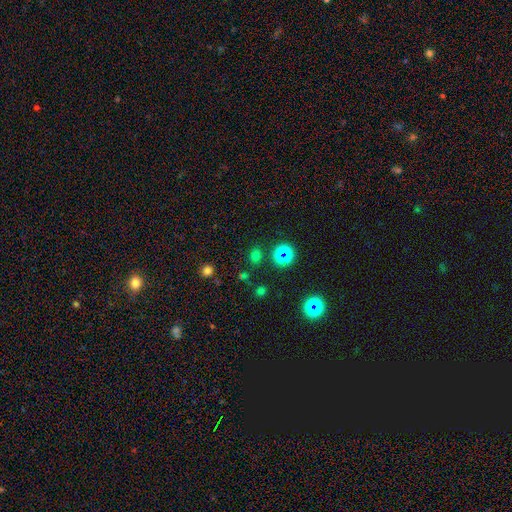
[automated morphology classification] smooth 59%, star or artifact 35%, featured or disk 6%. Down the decision tree: how rounded — round (57%); merging — none (80%).